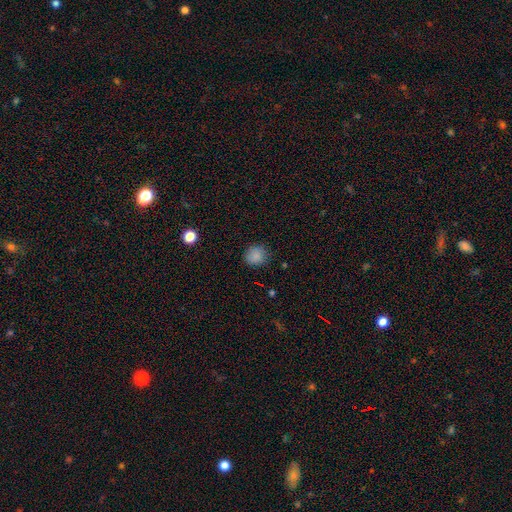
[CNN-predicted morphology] smooth-or-featured: smooth: 85% | star or artifact: 11% | featured or disk: 4%
  how-rounded: round: 81% | in between: 18% | cigar-shaped: 1%
  merging: none: 82% | minor disturbance: 14% | major disturbance: 3% | merger: 1%